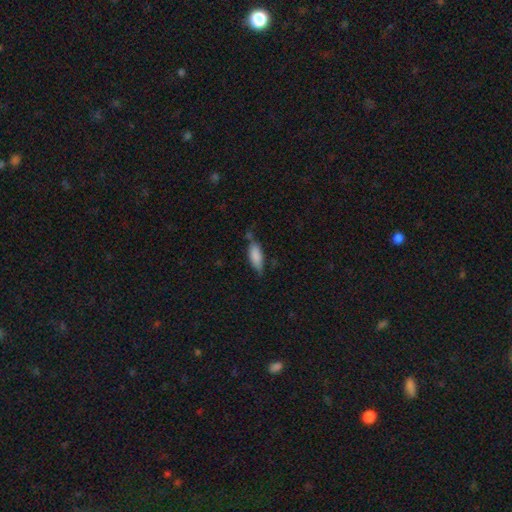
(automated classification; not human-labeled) The model was most divided on "merging": none: 57%, minor disturbance: 28%, merger: 7%, major disturbance: 7%. More confident: smooth or featured — smooth (84%); how rounded — in between (75%).